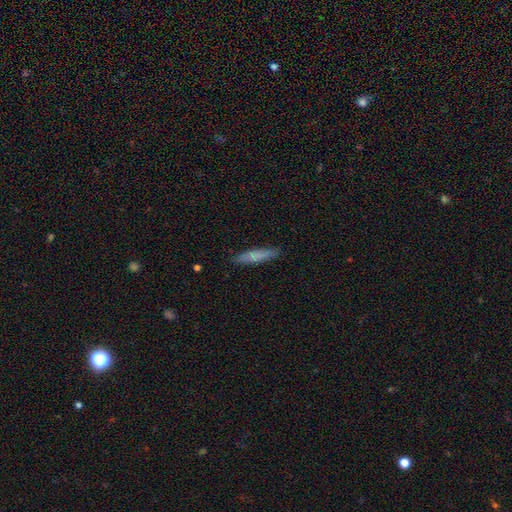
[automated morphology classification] Smooth or featured?
  - smooth: 73% *
  - featured or disk: 21%
  - star or artifact: 6%
How rounded?
  - cigar-shaped: 90% *
  - in between: 9%
  - round: 1%
Merging?
  - none: 88% *
  - minor disturbance: 9%
  - major disturbance: 2%
  - merger: 1%